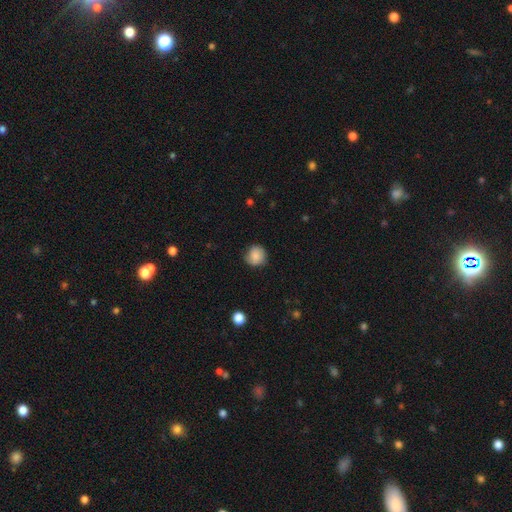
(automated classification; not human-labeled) Smooth or featured: smooth — 80% (featured or disk — 12%)
How rounded: round — 87% (in between — 12%)
Merging: none — 76% (minor disturbance — 19%)